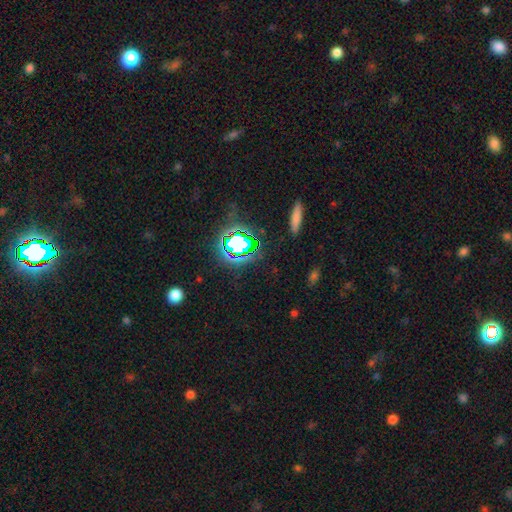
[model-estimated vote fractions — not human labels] Q: Smooth or featured?
A: star or artifact (73%); runner-up: smooth (18%)